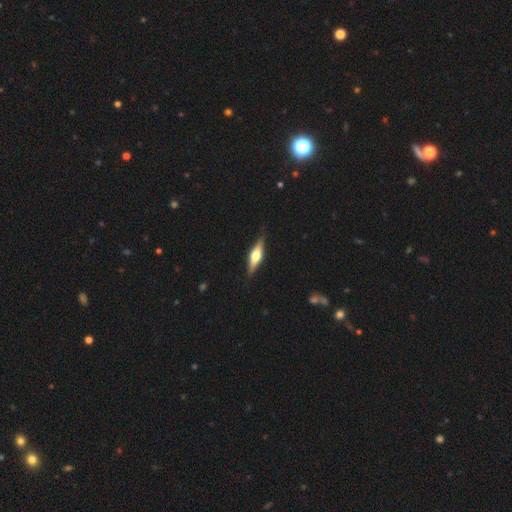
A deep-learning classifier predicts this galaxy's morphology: The model was most divided on "smooth or featured": featured or disk: 59%, smooth: 35%, star or artifact: 6%. More confident: edge-on disk — yes (95%); edge-on bulge — rounded (91%); merging — none (87%).